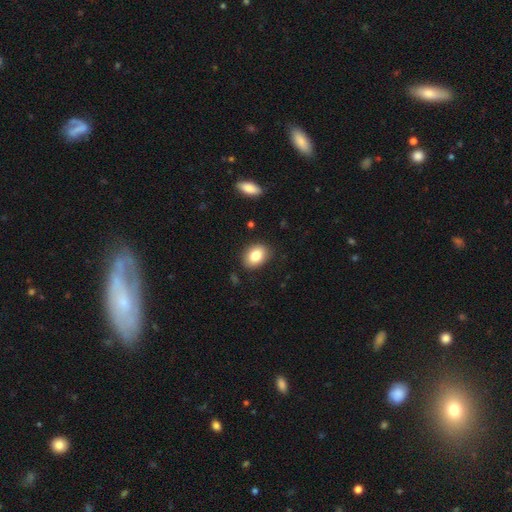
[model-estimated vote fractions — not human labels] This is clearly a smooth galaxy (83%). How rounded: likely in between (75%). Merging: clearly none (86%).